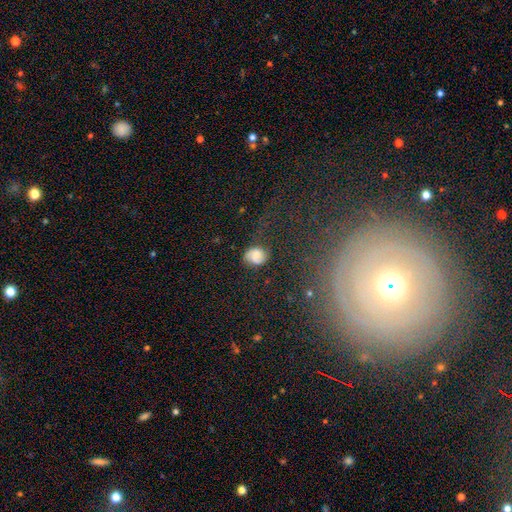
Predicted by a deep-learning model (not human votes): Overall: smooth (62%; featured or disk 27%). How rounded: round (54%; in between 45%). Merging: none (60%; minor disturbance 25%).